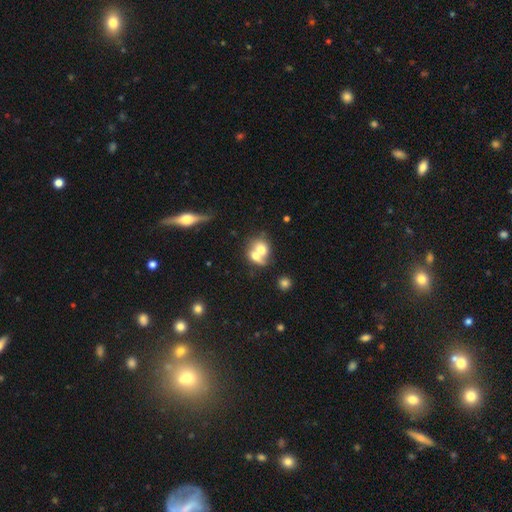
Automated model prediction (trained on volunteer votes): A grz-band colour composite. It shows a smooth galaxy with no disk features (65%) that is round (53%). Merging: merger (72%).